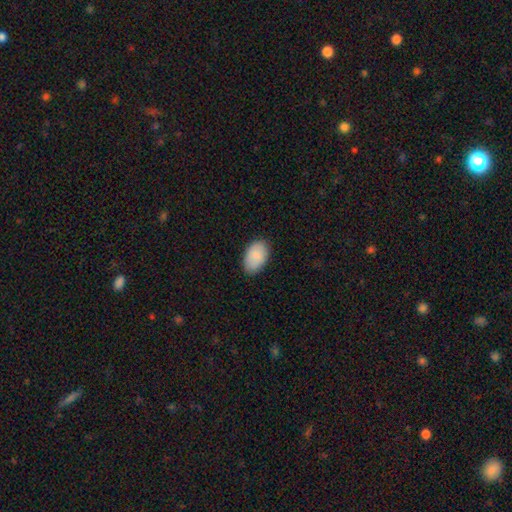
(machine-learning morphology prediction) This is clearly a smooth galaxy (86%). How rounded: clearly in between (93%). Merging: clearly none (83%).